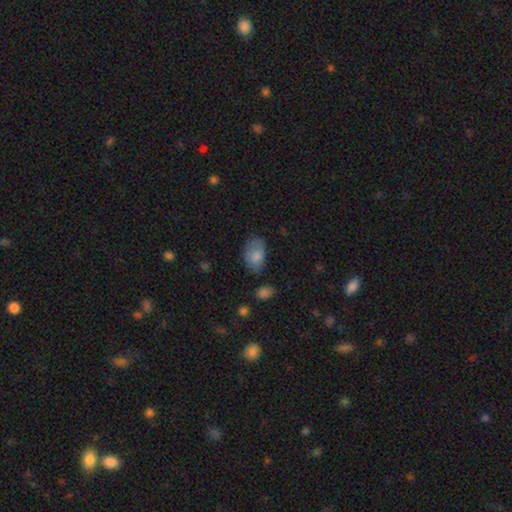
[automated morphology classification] Smooth or featured? Predicted: smooth (p=0.79). How rounded? Predicted: in between (p=0.90). Merging? Predicted: none (p=0.58).